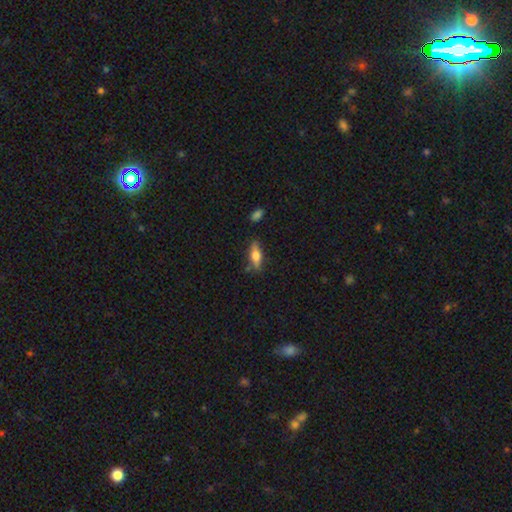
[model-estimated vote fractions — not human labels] Smooth or featured?
  - smooth: 61% *
  - featured or disk: 32%
  - star or artifact: 7%
How rounded?
  - in between: 57% *
  - cigar-shaped: 40%
  - round: 3%
Merging?
  - none: 77% *
  - minor disturbance: 16%
  - merger: 4%
  - major disturbance: 3%